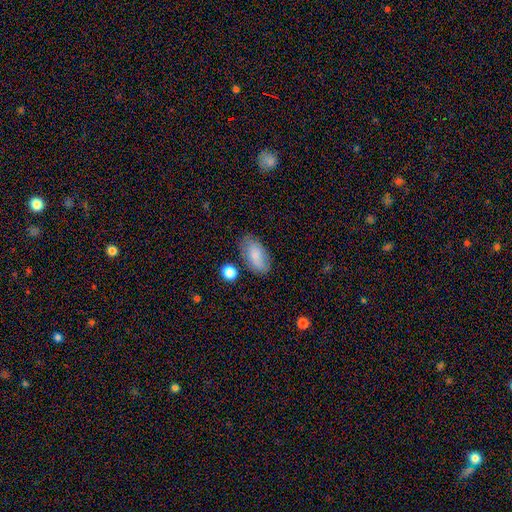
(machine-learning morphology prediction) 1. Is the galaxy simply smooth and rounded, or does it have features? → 80% smooth, 13% featured or disk, 7% star or artifact.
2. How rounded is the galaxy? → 93% in between, 4% round, 3% cigar-shaped.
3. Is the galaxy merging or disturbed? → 71% none, 19% minor disturbance, 5% major disturbance, 5% merger.